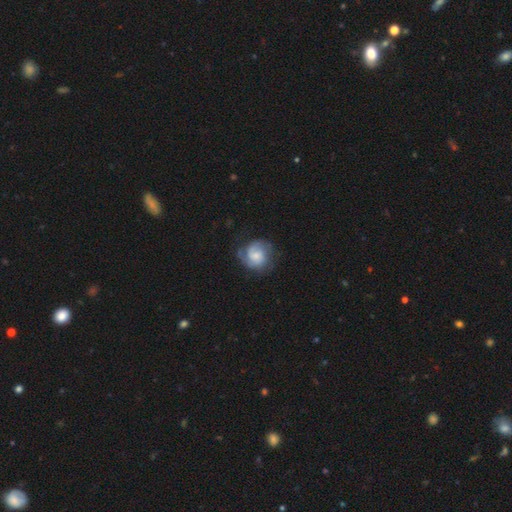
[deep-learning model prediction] The model was most divided on "spiral winding": tight: 43%, medium: 40%, loose: 17%. Remaining: edge-on disk — no (98%); spiral arms — yes (90%); merging — none (63%); bar — no (62%); smooth or featured — featured or disk (61%); spiral arm count — 2 (54%); bulge size — small (47%).